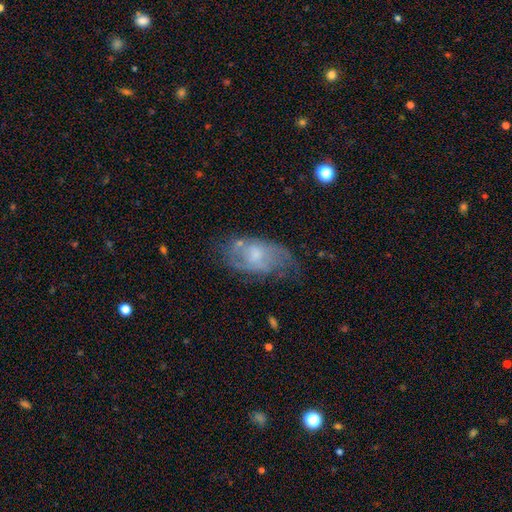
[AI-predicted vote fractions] Smooth or featured?
  - featured or disk: 58% *
  - smooth: 34%
  - star or artifact: 8%
Edge-on disk?
  - no: 93% *
  - yes: 7%
Bar?
  - no: 68% *
  - weak: 28%
  - strong: 4%
Spiral arms?
  - yes: 59% *
  - no: 41%
Bulge size?
  - moderate: 42% *
  - small: 39%
  - none: 13%
  - large: 6%
  - dominant: 1%
Merging?
  - none: 47% *
  - minor disturbance: 30%
  - major disturbance: 19%
  - merger: 4%